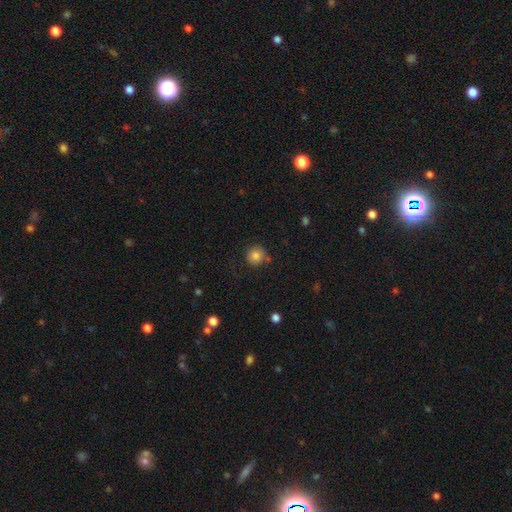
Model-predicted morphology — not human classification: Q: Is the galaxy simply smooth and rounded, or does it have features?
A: smooth — 83%.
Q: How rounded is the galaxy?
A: round — 93%.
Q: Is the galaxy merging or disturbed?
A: none — 79%.